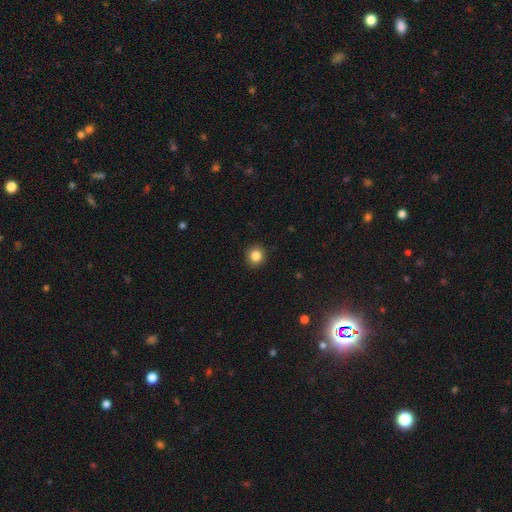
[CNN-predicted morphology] A smooth galaxy with no disk features (85%) that is round (90%).

Vote fractions:
- Smooth or featured? smooth: 85% / star or artifact: 10% / featured or disk: 5%
- How rounded? round: 90% / in between: 9% / cigar-shaped: 1%
- Merging? none: 91% / minor disturbance: 6% / major disturbance: 2% / merger: 1%